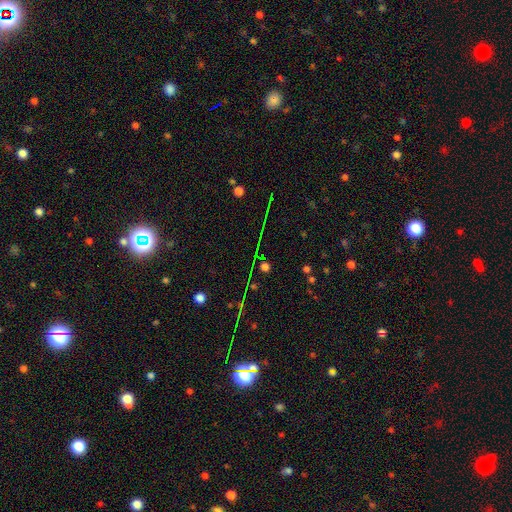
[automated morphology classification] The model was most divided on "smooth or featured": star or artifact: 66%, smooth: 21%, featured or disk: 13%.